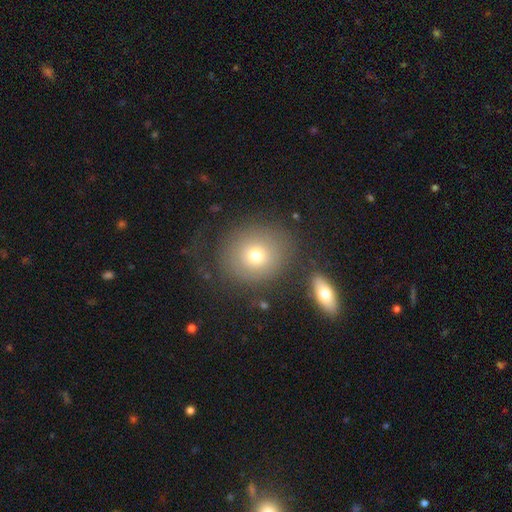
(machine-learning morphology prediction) A smooth galaxy with no disk features (66%) that is round (73%). Merging: none (71%).